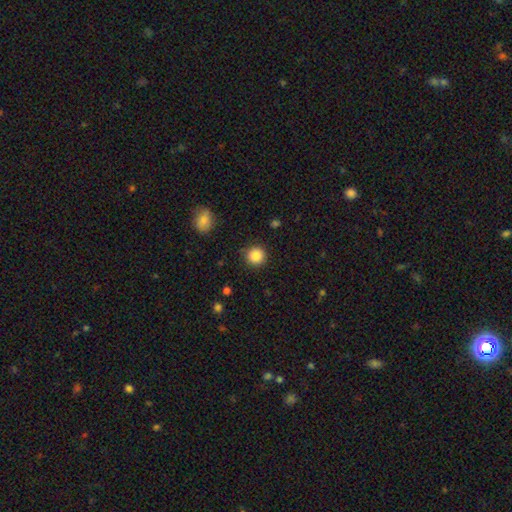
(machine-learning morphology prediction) Overall: smooth (87%). How rounded: round (94%). Merging: none (89%).